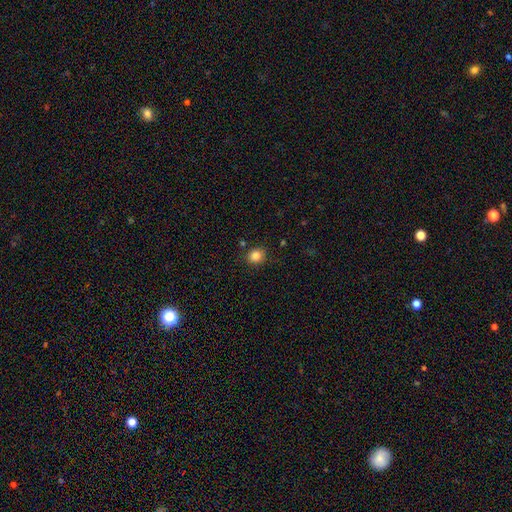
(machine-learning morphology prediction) Q: Smooth or featured?
A: smooth (83%); runner-up: star or artifact (11%)
Q: How rounded?
A: round (76%); runner-up: in between (23%)
Q: Merging?
A: none (86%); runner-up: minor disturbance (9%)